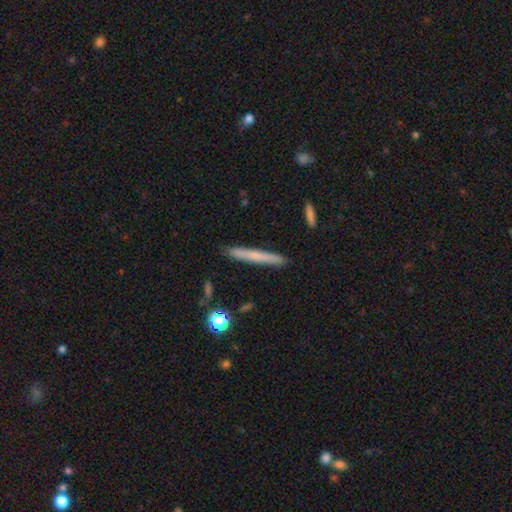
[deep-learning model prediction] smooth-or-featured: smooth: 60% | featured or disk: 34% | star or artifact: 7%
  how-rounded: cigar-shaped: 96% | in between: 2% | round: 1%
  merging: none: 90% | minor disturbance: 7% | merger: 1% | major disturbance: 1%